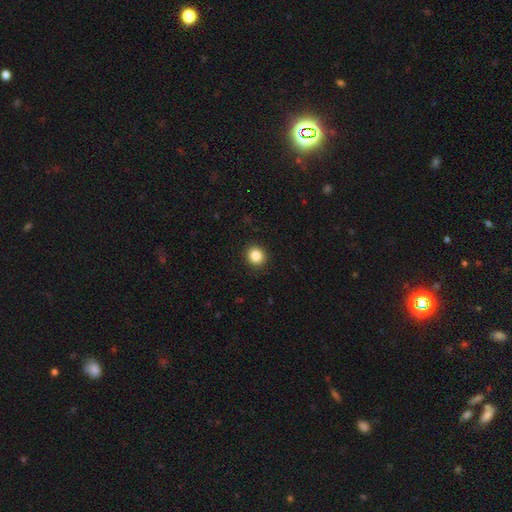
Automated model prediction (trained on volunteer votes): smooth_or_featured: smooth (p=0.85) [alt: star or artifact p=0.10]
how_rounded: round (p=0.86) [alt: in between p=0.13]
merging: none (p=0.92) [alt: minor disturbance p=0.06]